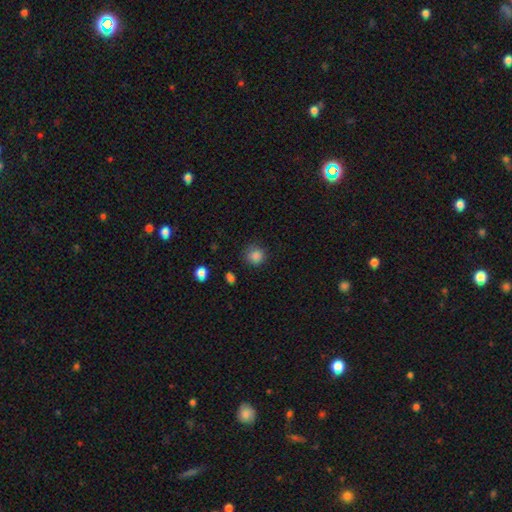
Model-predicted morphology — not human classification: Overall: smooth (85%). How rounded: round (90%). Merging: none (82%).